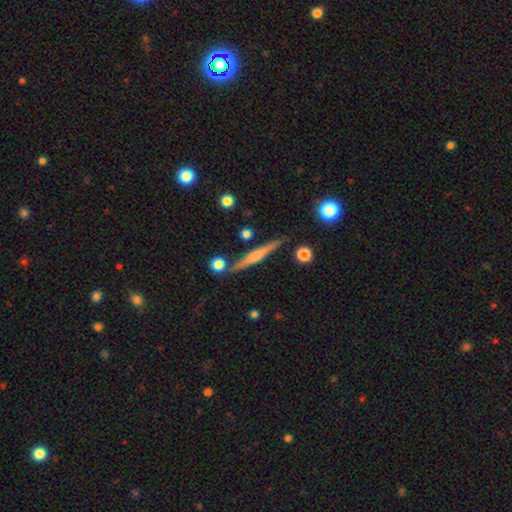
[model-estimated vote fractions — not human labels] A featured or disk galaxy (58%) viewed edge-on (97%) with a rounded central bulge (51%). Merging: none (83%).